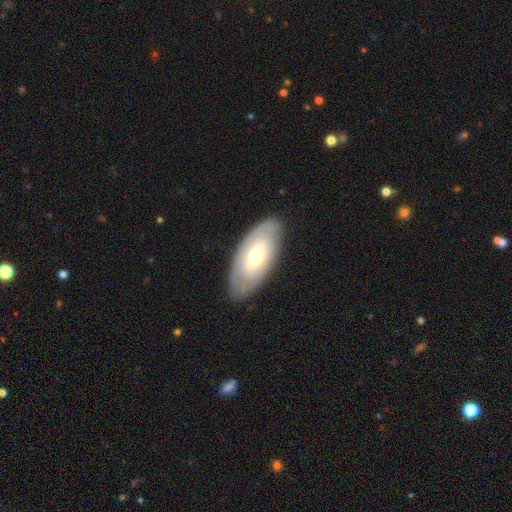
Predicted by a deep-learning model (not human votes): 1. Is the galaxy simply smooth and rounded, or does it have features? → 50% featured or disk, 44% smooth, 6% star or artifact.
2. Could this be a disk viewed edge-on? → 85% no, 15% yes.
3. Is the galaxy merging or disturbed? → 83% none, 13% minor disturbance, 4% major disturbance, 1% merger.